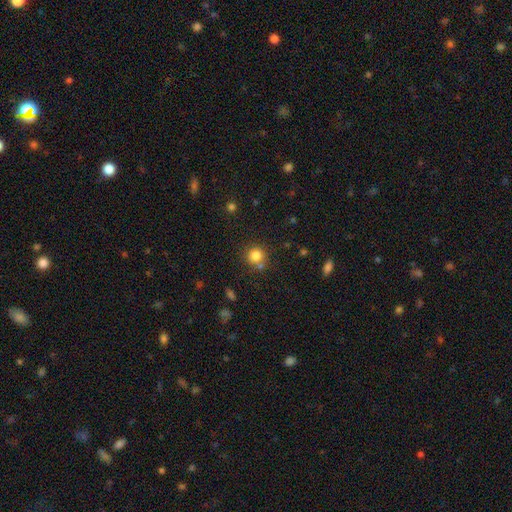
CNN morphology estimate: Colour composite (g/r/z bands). It shows a smooth galaxy with no disk features (82%) that is round (91%). Merging: none (74%).